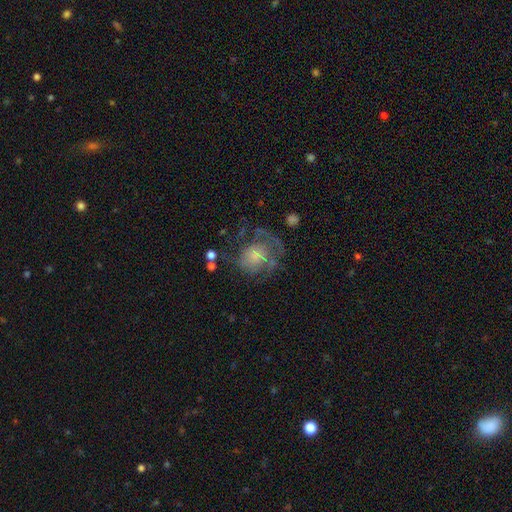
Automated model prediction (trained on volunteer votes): Smooth or featured: featured or disk — 51% (smooth — 38%)
Edge-on disk: no — 97% (yes — 3%)
Merging: none — 39% (major disturbance — 35%)